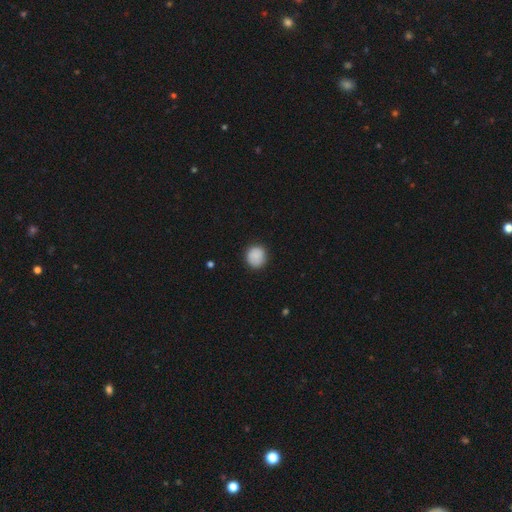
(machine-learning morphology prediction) Smooth or featured: smooth — 88% (star or artifact — 8%)
How rounded: round — 90% (in between — 9%)
Merging: none — 87% (minor disturbance — 9%)